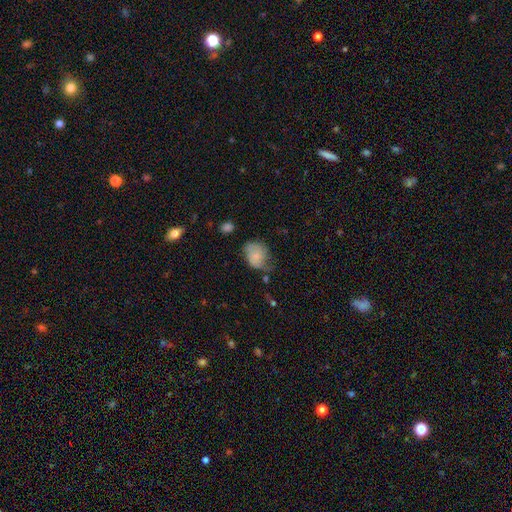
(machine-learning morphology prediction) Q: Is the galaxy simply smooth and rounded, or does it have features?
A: smooth — 65%.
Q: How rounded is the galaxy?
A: in between — 56%.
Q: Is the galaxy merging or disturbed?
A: minor disturbance — 39%.